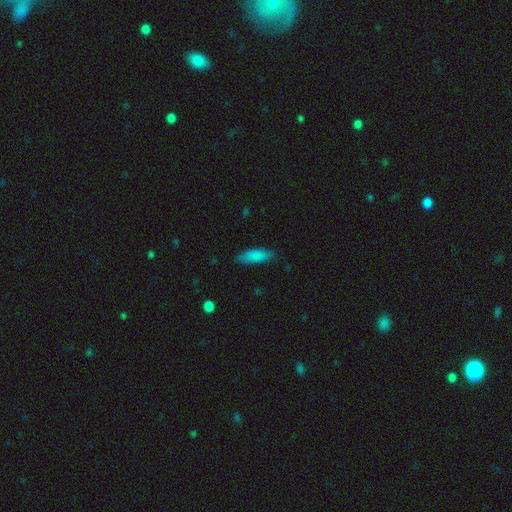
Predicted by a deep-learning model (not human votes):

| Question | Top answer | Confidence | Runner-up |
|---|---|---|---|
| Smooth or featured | smooth | 85% | featured or disk (9%) |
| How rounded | in between | 60% | cigar-shaped (39%) |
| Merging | none | 79% | minor disturbance (17%) |